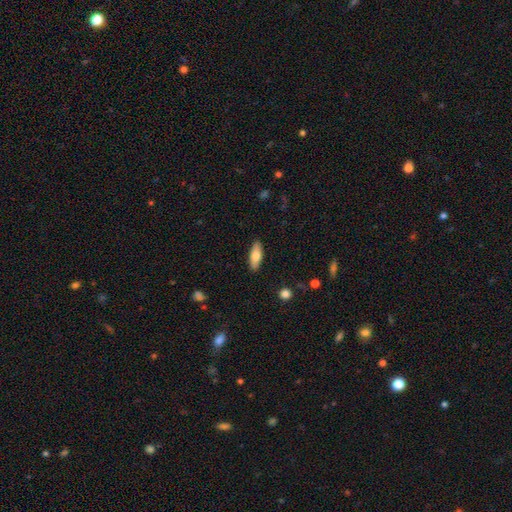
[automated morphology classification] This appears to be a smooth galaxy with no disk features (75%) that is in between round and cigar-shaped (68%). Merging: none (88%).